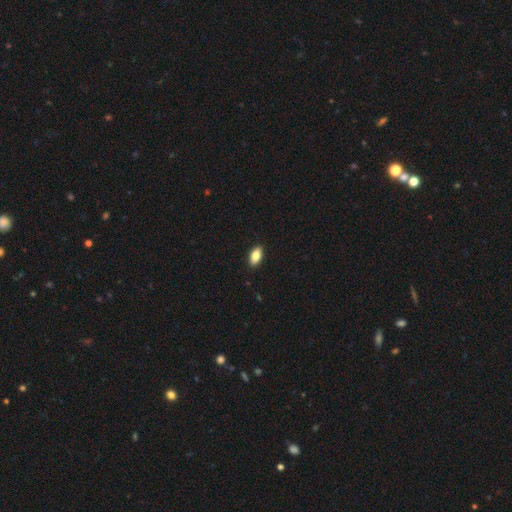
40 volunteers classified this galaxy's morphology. A smooth galaxy with no disk features (82%) that is in between round and cigar-shaped (94%).

Vote fractions:
- Smooth or featured? smooth: 82% / featured or disk: 15% / star or artifact: 2%
- How rounded? in between: 94% / cigar-shaped: 6% / round: 0%
- Merging? none: 85% / minor disturbance: 10% / major disturbance: 5% / merger: 0%